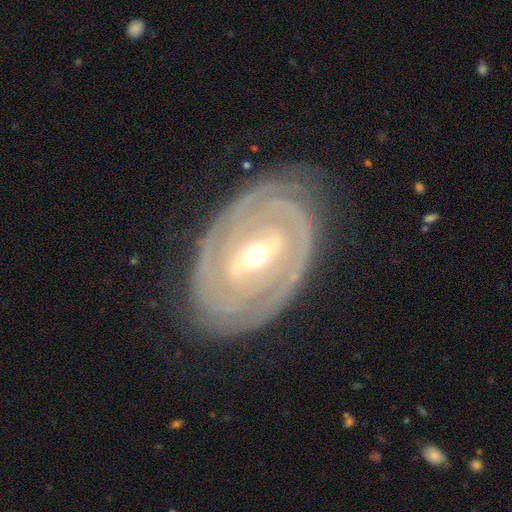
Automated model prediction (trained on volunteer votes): smooth_or_featured: featured or disk (p=0.86) [alt: smooth p=0.09]
disk_edge_on: no (p=0.93) [alt: yes p=0.07]
bar: strong (p=0.44) [alt: weak p=0.36]
has_spiral_arms: yes (p=0.86) [alt: no p=0.14]
spiral_winding: tight (p=0.81) [alt: medium p=0.14]
spiral_arm_count: 2 (p=0.40) [alt: can't tell p=0.31]
bulge_size: moderate (p=0.60) [alt: small p=0.35]
merging: none (p=0.80) [alt: minor disturbance p=0.14]